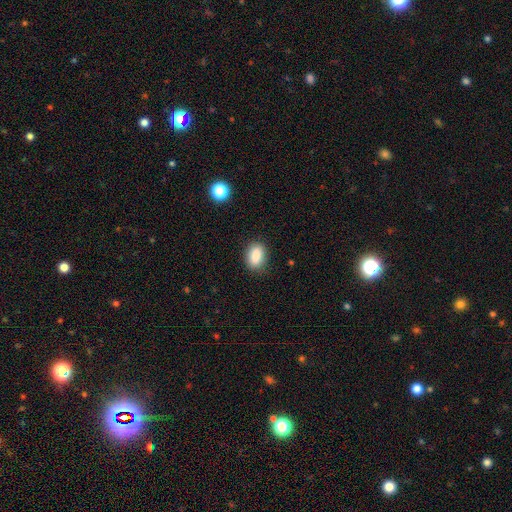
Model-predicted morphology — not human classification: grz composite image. It shows a smooth galaxy with no disk features (88%) that is in between round and cigar-shaped (84%). Merging: none (85%).